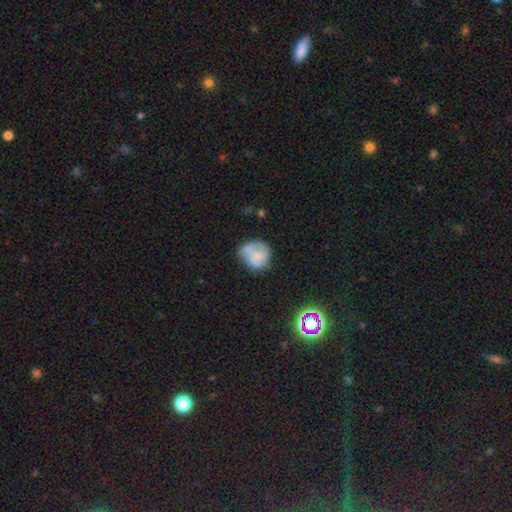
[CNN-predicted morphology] The model was most divided on "smooth or featured": smooth: 51%, featured or disk: 40%, star or artifact: 9%. Remaining: how rounded — round (72%); merging — none (44%).